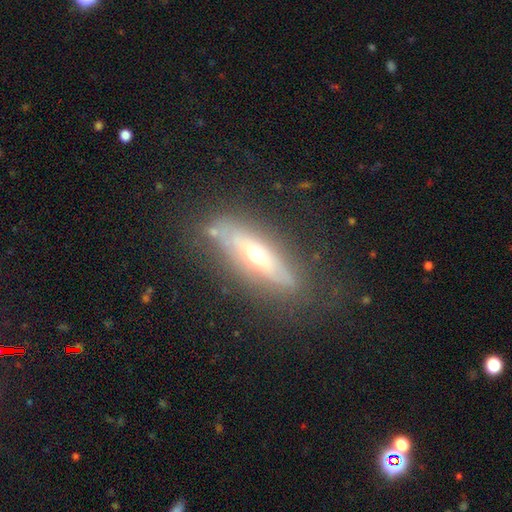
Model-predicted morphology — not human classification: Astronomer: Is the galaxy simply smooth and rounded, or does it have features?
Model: featured or disk — 63%.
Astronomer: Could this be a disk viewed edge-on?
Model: yes — 66%.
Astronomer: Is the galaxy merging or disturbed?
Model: none — 72%.